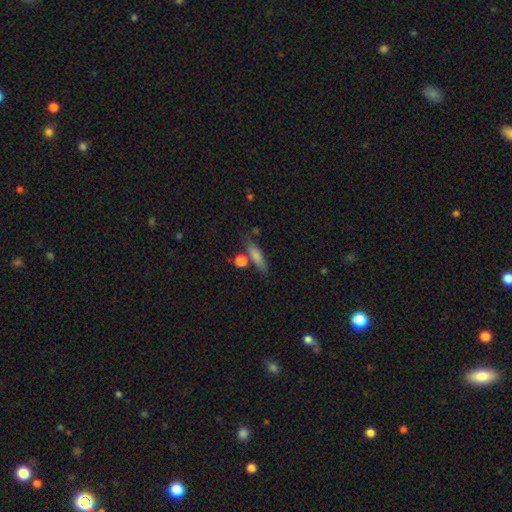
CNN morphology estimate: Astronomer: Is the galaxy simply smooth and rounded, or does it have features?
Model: smooth — 67%.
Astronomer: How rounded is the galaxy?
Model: cigar-shaped — 67%.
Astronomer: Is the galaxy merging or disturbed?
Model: none — 74%.